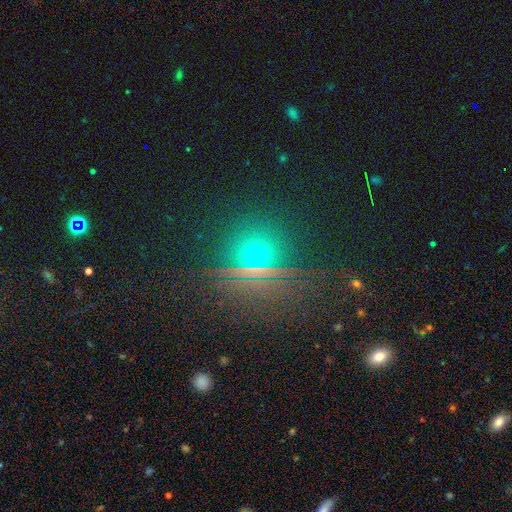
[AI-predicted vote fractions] Smooth or featured: smooth — 50% (star or artifact — 41%)
Merging: none — 86% (minor disturbance — 7%)